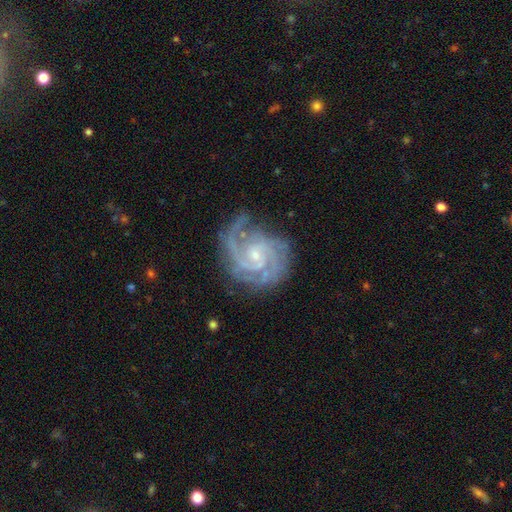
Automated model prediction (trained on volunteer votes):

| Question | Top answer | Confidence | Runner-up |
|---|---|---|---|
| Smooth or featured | featured or disk | 91% | star or artifact (5%) |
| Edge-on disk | no | 98% | yes (2%) |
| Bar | no | 60% | weak (32%) |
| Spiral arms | yes | 98% | no (2%) |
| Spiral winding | tight | 62% | medium (33%) |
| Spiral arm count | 3 | 32% | 2 (27%) |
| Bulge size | small | 76% | moderate (19%) |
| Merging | none | 70% | minor disturbance (20%) |